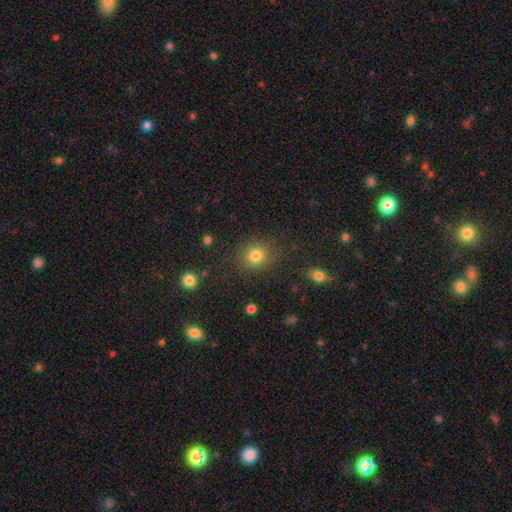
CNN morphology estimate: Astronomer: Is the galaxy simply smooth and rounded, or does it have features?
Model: smooth — 81%.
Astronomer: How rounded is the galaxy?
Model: round — 85%.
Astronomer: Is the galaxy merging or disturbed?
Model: none — 85%.